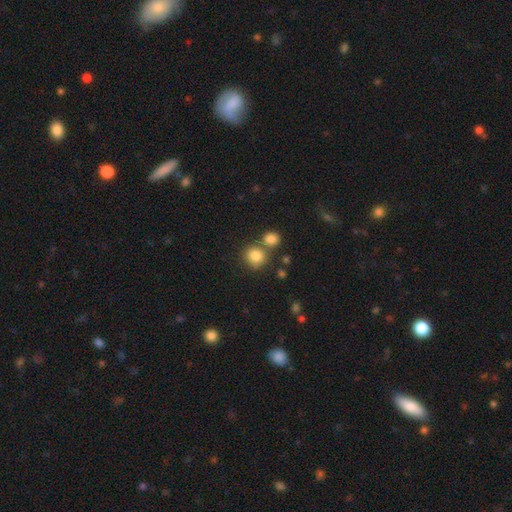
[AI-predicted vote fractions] The model was most divided on "merging": none: 59%, merger: 28%, minor disturbance: 9%, major disturbance: 3%. More confident: how rounded — round (86%); smooth or featured — smooth (83%).